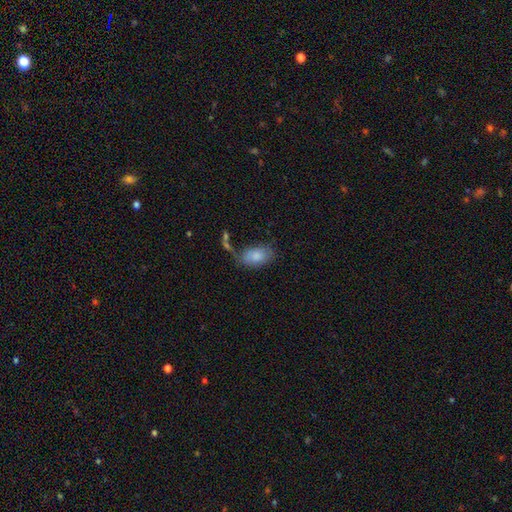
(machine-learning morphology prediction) Smooth or featured? smooth (82%)
How rounded? in between (92%)
Merging? none (57%)